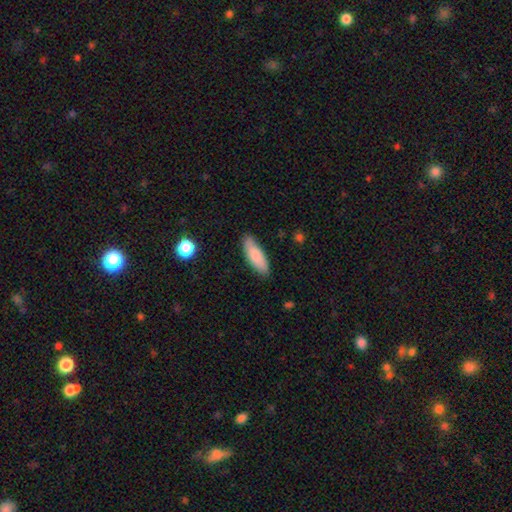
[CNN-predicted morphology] Smooth or featured? smooth (82%)
How rounded? in between (60%)
Merging? none (83%)